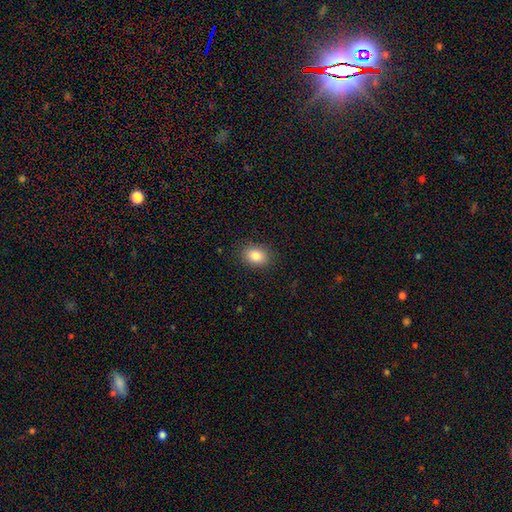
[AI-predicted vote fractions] Smooth or featured?
  - smooth: 84% *
  - star or artifact: 9%
  - featured or disk: 7%
How rounded?
  - in between: 67% *
  - round: 32%
  - cigar-shaped: 1%
Merging?
  - none: 88% *
  - minor disturbance: 9%
  - major disturbance: 2%
  - merger: 1%